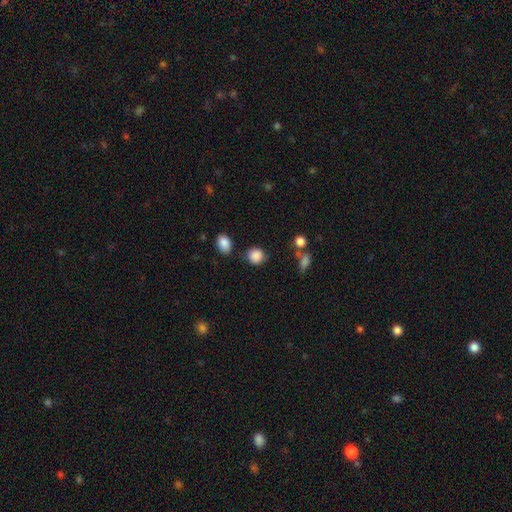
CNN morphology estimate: Smooth or featured?
  - smooth: 87% *
  - star or artifact: 9%
  - featured or disk: 4%
How rounded?
  - round: 81% *
  - in between: 18%
  - cigar-shaped: 1%
Merging?
  - none: 75% *
  - minor disturbance: 15%
  - merger: 6%
  - major disturbance: 4%